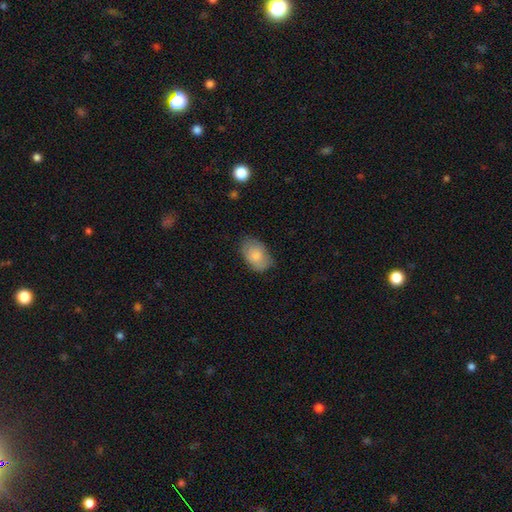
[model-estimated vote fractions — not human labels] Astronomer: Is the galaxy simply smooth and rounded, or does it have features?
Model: smooth — 82%.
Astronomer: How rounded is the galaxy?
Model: in between — 89%.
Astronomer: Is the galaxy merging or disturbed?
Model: none — 71%.